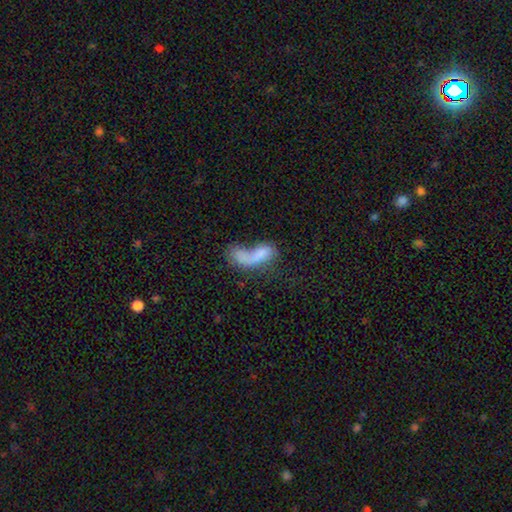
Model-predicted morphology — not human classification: This is likely a smooth galaxy (60%). How rounded: likely in between (69%). Merging: marginally merger (44%).